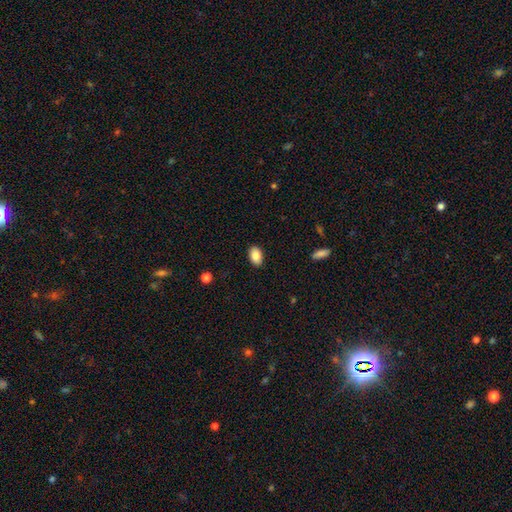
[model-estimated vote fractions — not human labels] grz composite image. It shows a smooth galaxy with no disk features (86%) that is in between round and cigar-shaped (90%). Merging: none (89%).